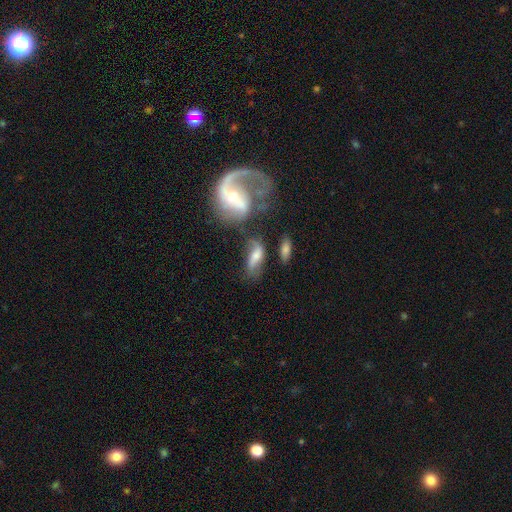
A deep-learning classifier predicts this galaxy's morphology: smooth_or_featured: featured or disk (p=0.55) [alt: smooth p=0.36]
disk_edge_on: no (p=0.88) [alt: yes p=0.12]
merging: none (p=0.39) [alt: merger p=0.24]